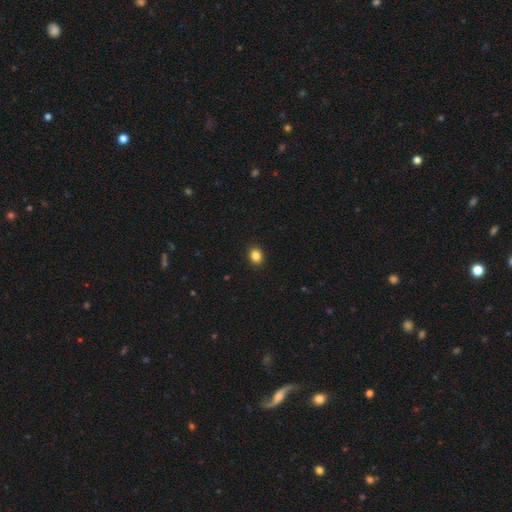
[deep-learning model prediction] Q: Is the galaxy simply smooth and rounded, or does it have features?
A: smooth — 85%.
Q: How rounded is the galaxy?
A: round — 57%.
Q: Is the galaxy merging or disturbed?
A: none — 91%.